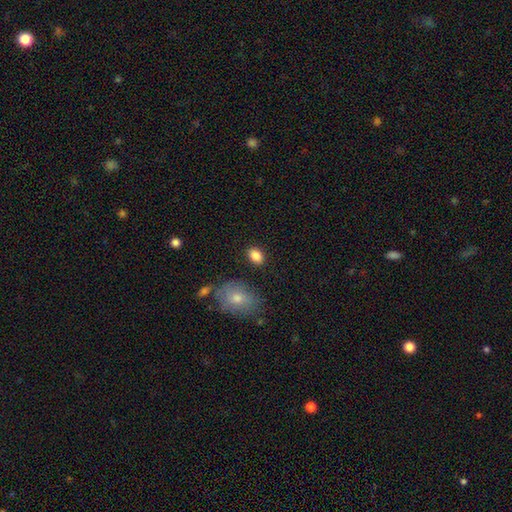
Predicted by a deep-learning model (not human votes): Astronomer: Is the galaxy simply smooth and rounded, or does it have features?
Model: smooth — 86%.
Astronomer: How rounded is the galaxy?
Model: in between — 75%.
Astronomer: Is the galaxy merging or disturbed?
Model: none — 85%.